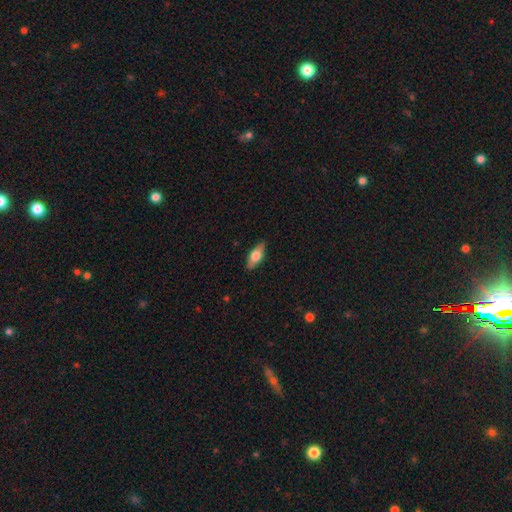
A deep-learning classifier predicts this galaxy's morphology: Overall: smooth (62%; featured or disk 32%). How rounded: in between (76%). Merging: none (86%).